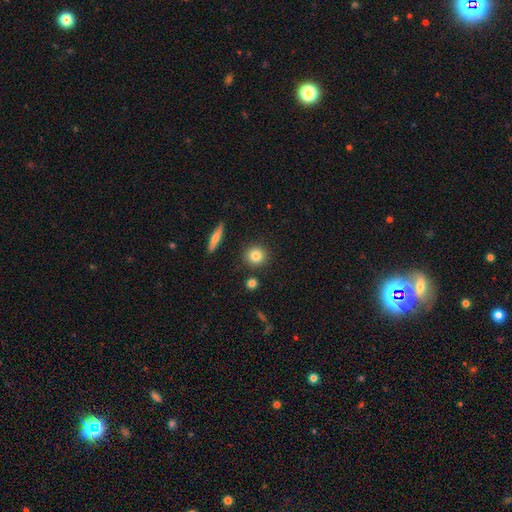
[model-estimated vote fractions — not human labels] A smooth galaxy with no disk features (83%) that is round (89%).

Vote fractions:
- Smooth or featured? smooth: 83% / star or artifact: 9% / featured or disk: 8%
- How rounded? round: 89% / in between: 9% / cigar-shaped: 2%
- Merging? none: 87% / minor disturbance: 7% / merger: 4% / major disturbance: 2%